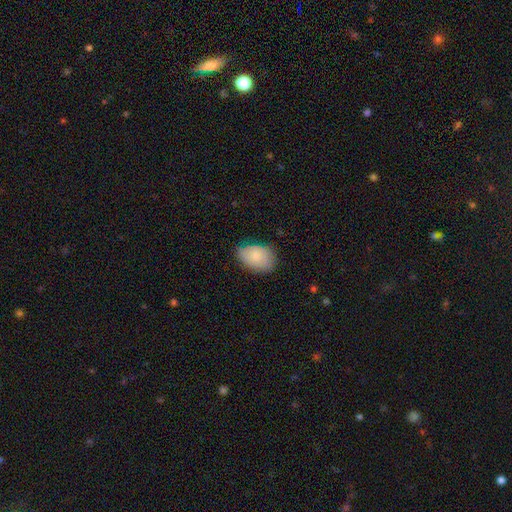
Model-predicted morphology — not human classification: smooth_or_featured: smooth (p=0.83) [alt: featured or disk p=0.11]
how_rounded: in between (p=0.88) [alt: round p=0.11]
merging: none (p=0.73) [alt: minor disturbance p=0.22]